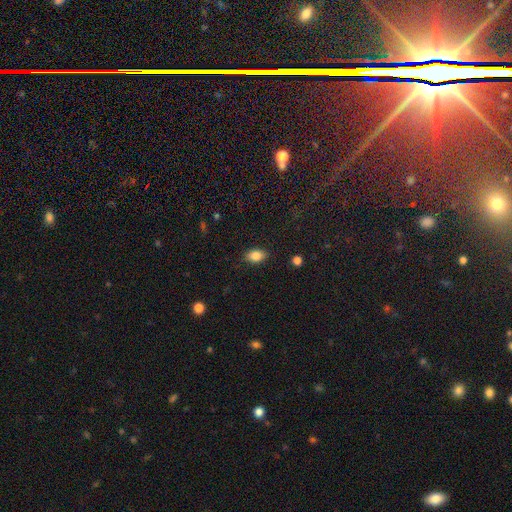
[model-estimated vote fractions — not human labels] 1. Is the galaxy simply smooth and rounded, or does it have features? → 84% smooth, 9% star or artifact, 7% featured or disk.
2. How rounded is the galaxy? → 87% in between, 11% round, 2% cigar-shaped.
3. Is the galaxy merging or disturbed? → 86% none, 11% minor disturbance, 3% major disturbance, 1% merger.